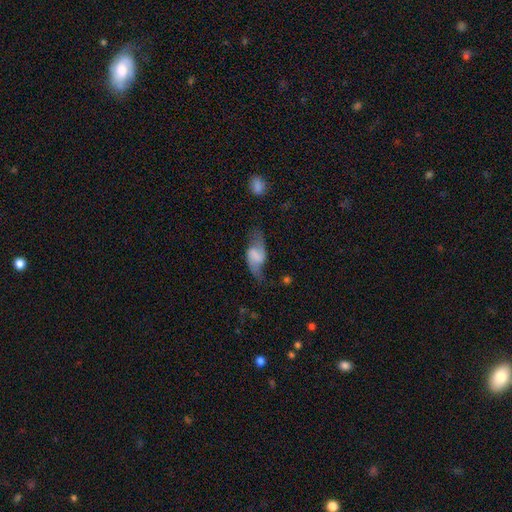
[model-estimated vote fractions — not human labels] Overall: featured or disk (68%). Edge-on disk: no (95%). Bar: weak (45%; strong 35%). Spiral arms: yes (89%). Spiral arm count: 2 (91%). Spiral winding: loose (70%). Bulge size: none (50%; small 21%). Merging: none (62%; minor disturbance 22%).